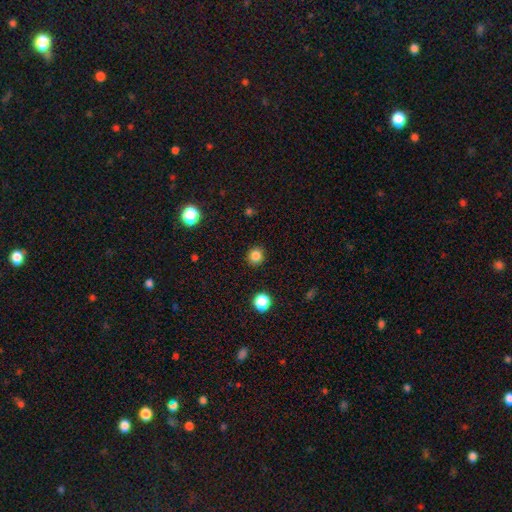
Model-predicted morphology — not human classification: Smooth or featured? smooth (83%)
How rounded? round (93%)
Merging? none (91%)